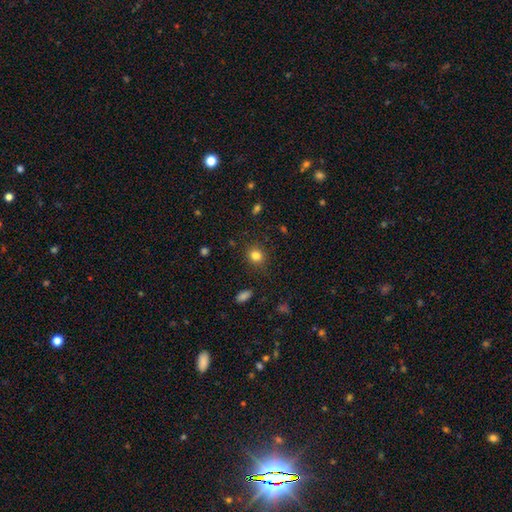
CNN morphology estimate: Smooth or featured? smooth (82%)
How rounded? round (69%)
Merging? none (85%)